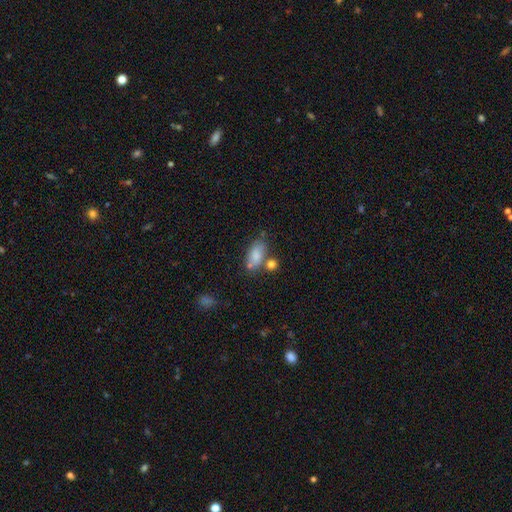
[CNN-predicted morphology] Smooth or featured? smooth (81%)
How rounded? in between (89%)
Merging? none (53%)